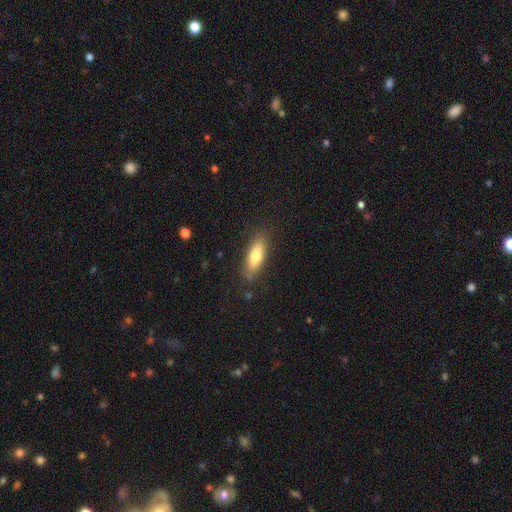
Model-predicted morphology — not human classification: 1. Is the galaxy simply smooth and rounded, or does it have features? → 76% smooth, 18% featured or disk, 6% star or artifact.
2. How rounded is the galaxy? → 55% in between, 42% cigar-shaped, 2% round.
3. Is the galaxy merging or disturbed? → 84% none, 12% minor disturbance, 3% major disturbance, 1% merger.